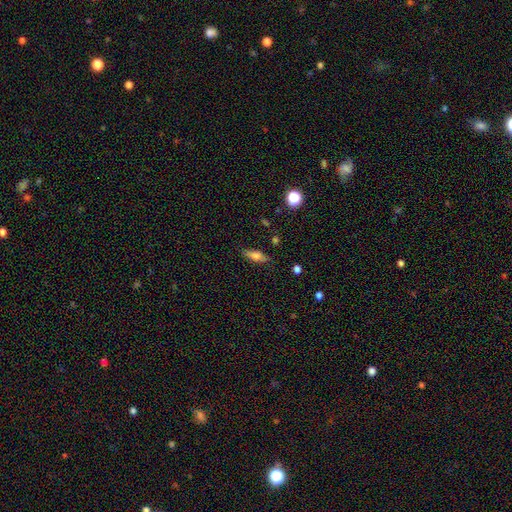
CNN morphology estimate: Overall: smooth (61%; featured or disk 30%). How rounded: in between (54%; cigar-shaped 42%). Merging: none (83%).